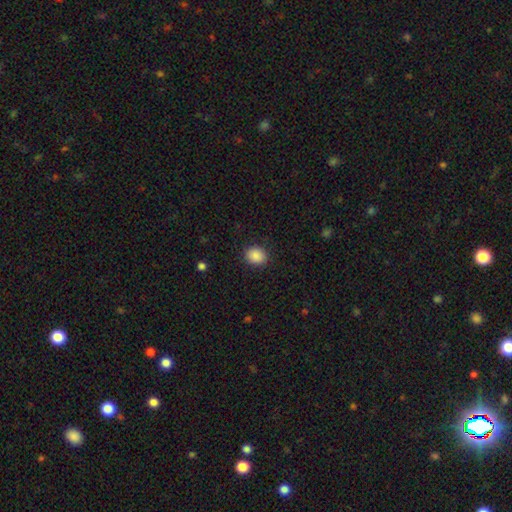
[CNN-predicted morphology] type=smooth (88%); roundness=round (62%); merging=none (88%).